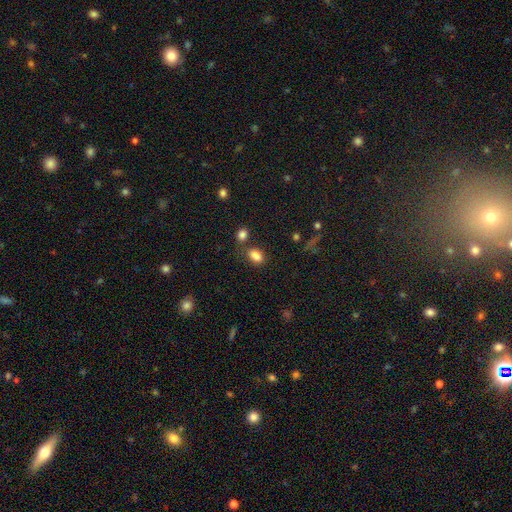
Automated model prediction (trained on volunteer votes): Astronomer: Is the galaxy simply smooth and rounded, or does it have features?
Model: smooth — 84%.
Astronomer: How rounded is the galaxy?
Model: in between — 82%.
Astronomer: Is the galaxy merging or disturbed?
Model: none — 64%.